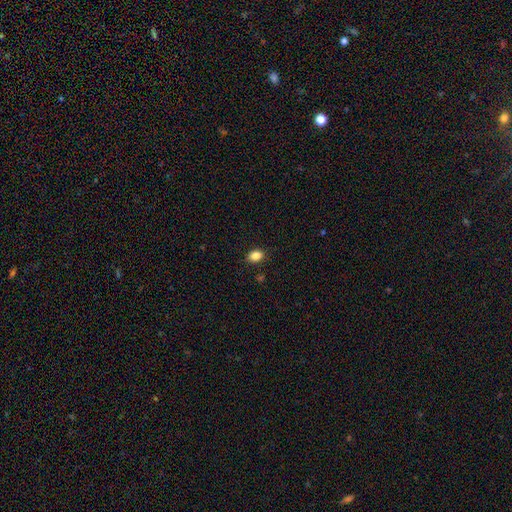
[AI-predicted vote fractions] A smooth galaxy with no disk features (86%) that is in between round and cigar-shaped (70%). Merging: none (88%).